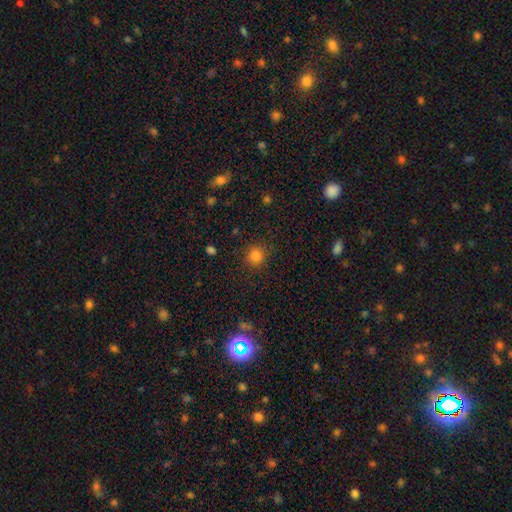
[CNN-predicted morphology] smooth 83%, star or artifact 13%, featured or disk 4%. Down the decision tree: how rounded — round (85%); merging — none (85%).